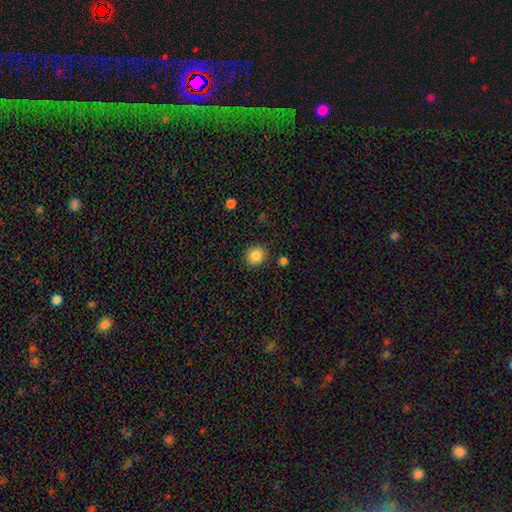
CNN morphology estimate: A smooth galaxy with no disk features (86%) that is round (82%). Merging: none (88%).